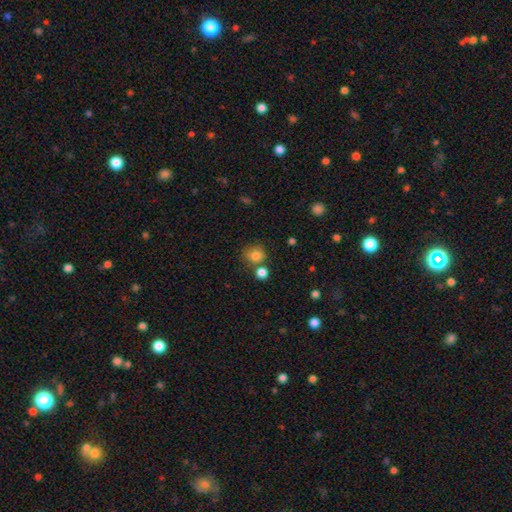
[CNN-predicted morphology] Overall: smooth (81%). How rounded: round (82%). Merging: none (66%).